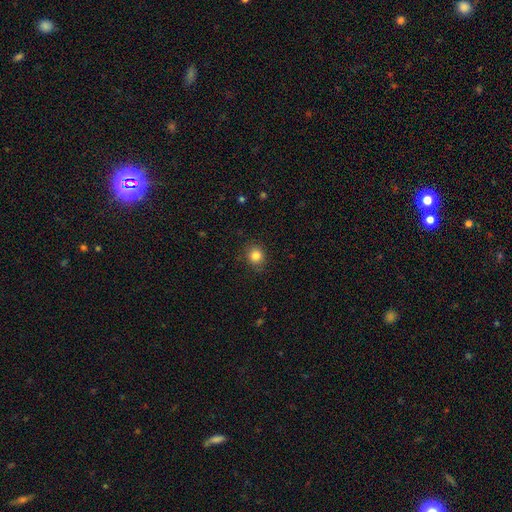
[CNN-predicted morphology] Overall: smooth (84%). How rounded: round (84%). Merging: none (86%).